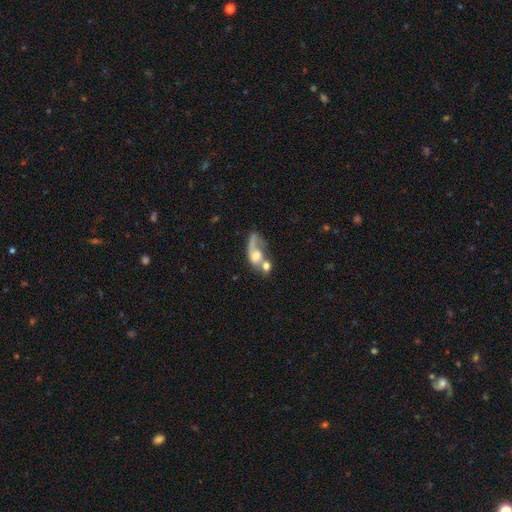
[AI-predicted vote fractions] smooth-or-featured: featured or disk: 52% | smooth: 39% | star or artifact: 9%
  disk-edge-on: no: 93% | yes: 7%
  merging: merger: 57% | major disturbance: 22% | none: 13% | minor disturbance: 8%